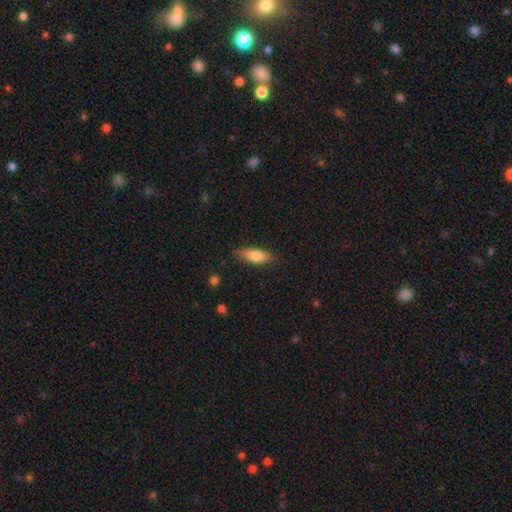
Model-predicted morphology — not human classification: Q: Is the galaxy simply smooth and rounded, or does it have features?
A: smooth — 75%.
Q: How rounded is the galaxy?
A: in between — 66%.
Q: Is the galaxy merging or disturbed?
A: none — 77%.